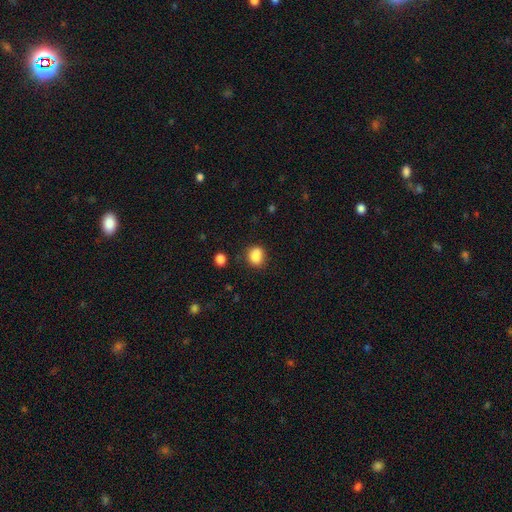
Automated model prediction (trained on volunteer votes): Smooth or featured: smooth — 83% (star or artifact — 10%)
How rounded: round — 52% (in between — 46%)
Merging: none — 59% (minor disturbance — 20%)